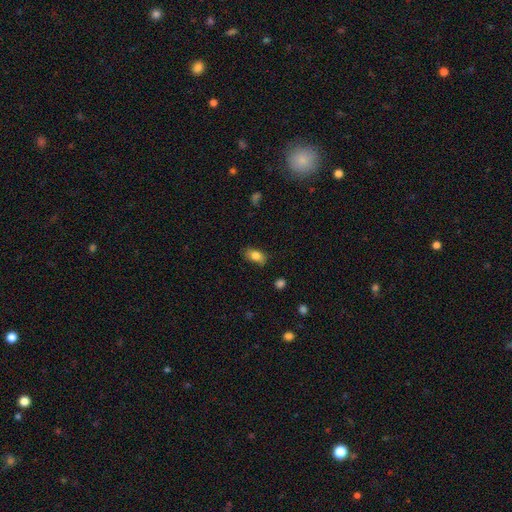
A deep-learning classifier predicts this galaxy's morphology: Smooth or featured?
  - smooth: 81% *
  - featured or disk: 10%
  - star or artifact: 8%
How rounded?
  - in between: 87% *
  - round: 10%
  - cigar-shaped: 4%
Merging?
  - none: 72% *
  - minor disturbance: 22%
  - major disturbance: 4%
  - merger: 1%